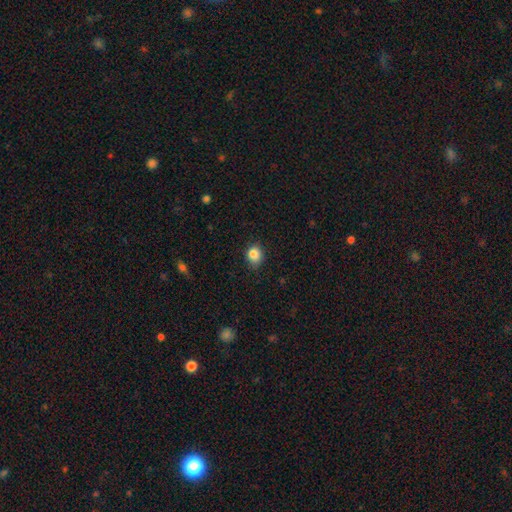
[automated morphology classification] Overall: smooth (84%). How rounded: round (65%; in between 34%). Merging: none (80%).